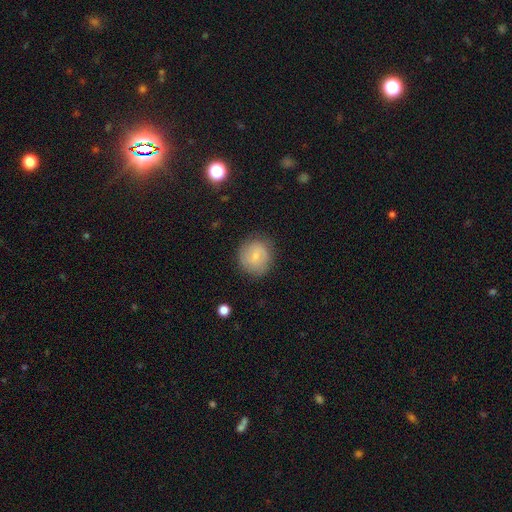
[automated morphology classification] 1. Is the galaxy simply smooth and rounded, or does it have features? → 64% smooth, 28% featured or disk, 8% star or artifact.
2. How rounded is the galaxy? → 84% round, 15% in between, 1% cigar-shaped.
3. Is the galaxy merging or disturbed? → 79% none, 15% minor disturbance, 4% major disturbance, 1% merger.